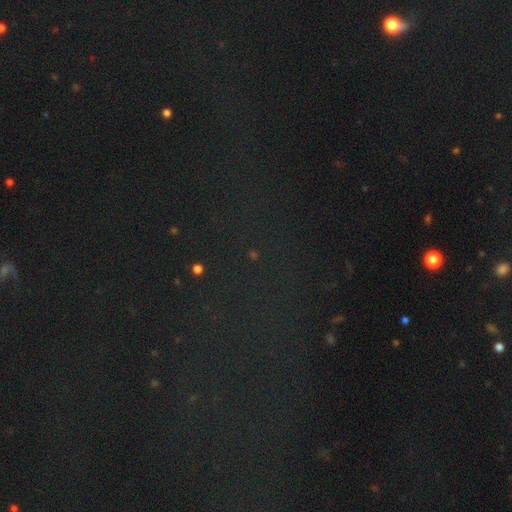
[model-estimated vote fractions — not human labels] Smooth or featured: star or artifact — 82% (smooth — 12%)